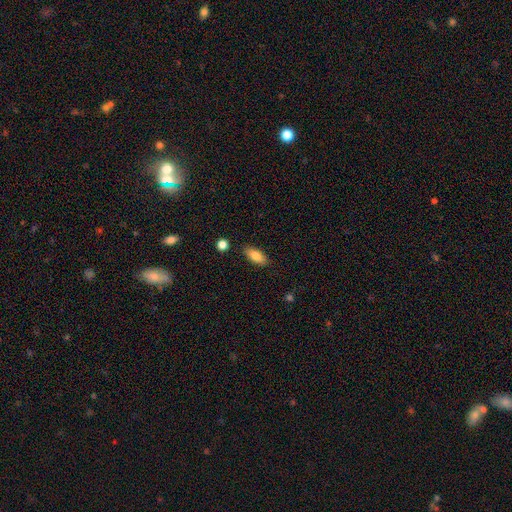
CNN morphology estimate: smooth-or-featured: smooth: 82% | featured or disk: 11% | star or artifact: 7%
  how-rounded: in between: 82% | cigar-shaped: 15% | round: 3%
  merging: none: 85% | minor disturbance: 10% | merger: 2% | major disturbance: 2%